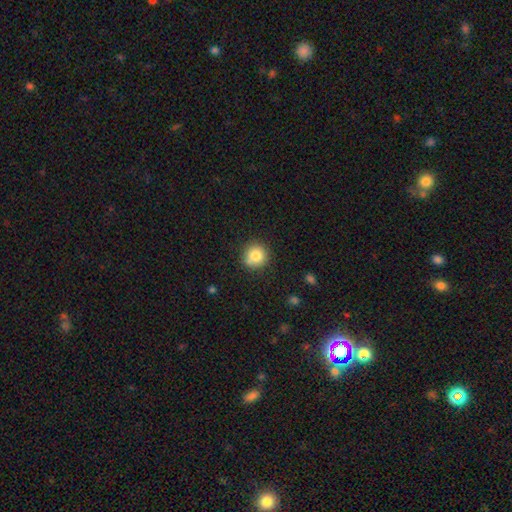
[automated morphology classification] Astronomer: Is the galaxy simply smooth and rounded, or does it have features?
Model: smooth — 82%.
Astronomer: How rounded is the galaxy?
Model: round — 92%.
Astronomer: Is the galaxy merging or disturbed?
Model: none — 82%.